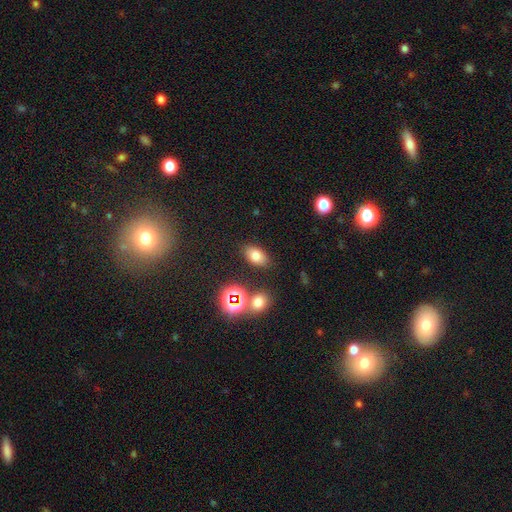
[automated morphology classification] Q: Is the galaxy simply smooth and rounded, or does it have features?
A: smooth — 73%.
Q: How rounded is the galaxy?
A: in between — 87%.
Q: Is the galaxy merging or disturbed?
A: none — 82%.